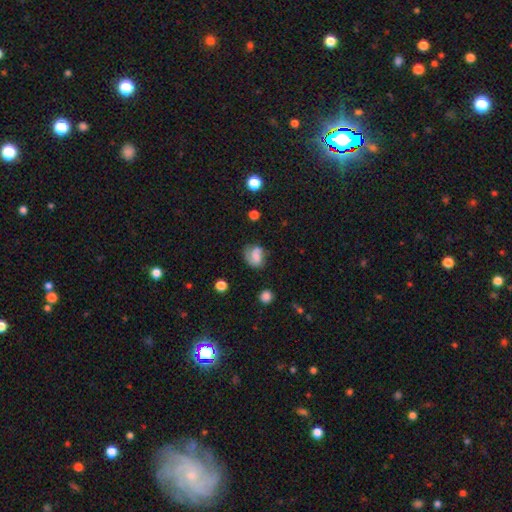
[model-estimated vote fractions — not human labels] This appears to be a smooth galaxy with no disk features (50%). Merging: none (51%).